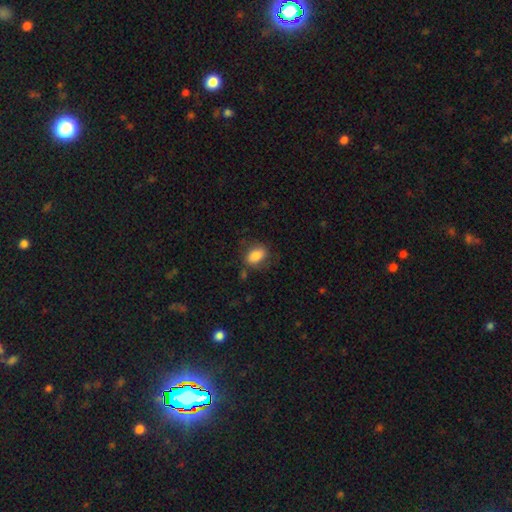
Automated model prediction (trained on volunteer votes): This is clearly a smooth galaxy (83%). How rounded: clearly in between (81%). Merging: likely none (70%).